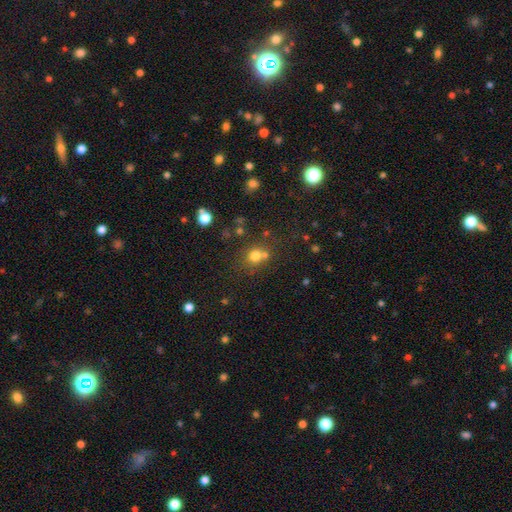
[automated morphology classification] Smooth or featured? Predicted: smooth (p=0.73). How rounded? Predicted: round (p=0.81). Merging? Predicted: none (p=0.56).